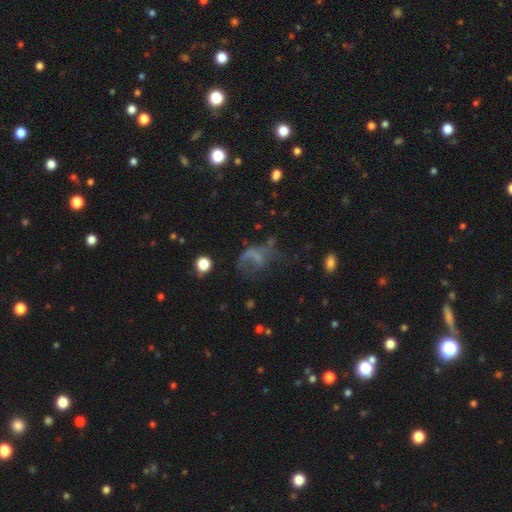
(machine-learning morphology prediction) Q: Smooth or featured?
A: featured or disk (41%); runner-up: smooth (36%)
Q: Merging?
A: major disturbance (49%); runner-up: none (28%)